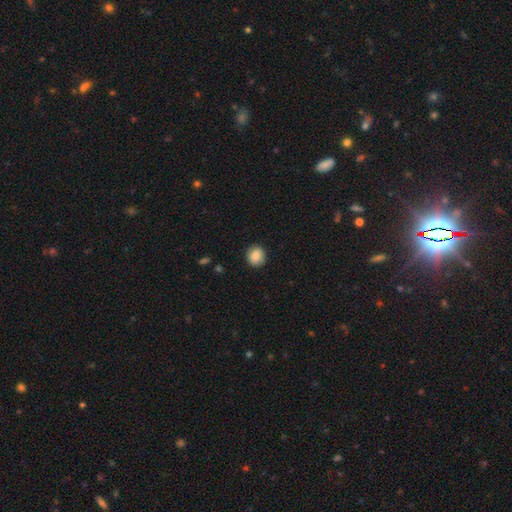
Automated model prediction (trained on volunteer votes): This appears to be a smooth galaxy with no disk features (84%) that is round (85%). Merging: none (89%).